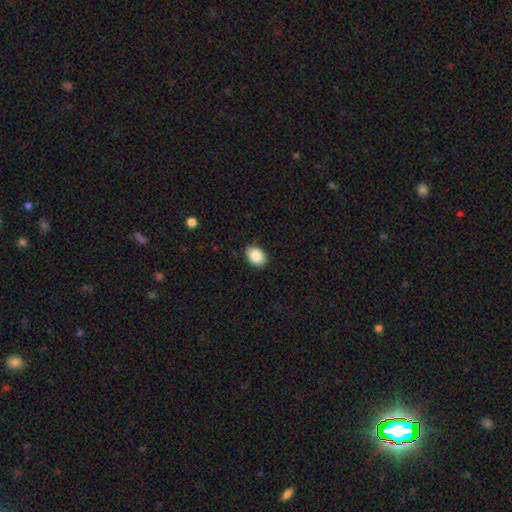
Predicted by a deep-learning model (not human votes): Smooth or featured: smooth — 87% (star or artifact — 8%)
How rounded: in between — 73% (round — 26%)
Merging: none — 86% (minor disturbance — 11%)